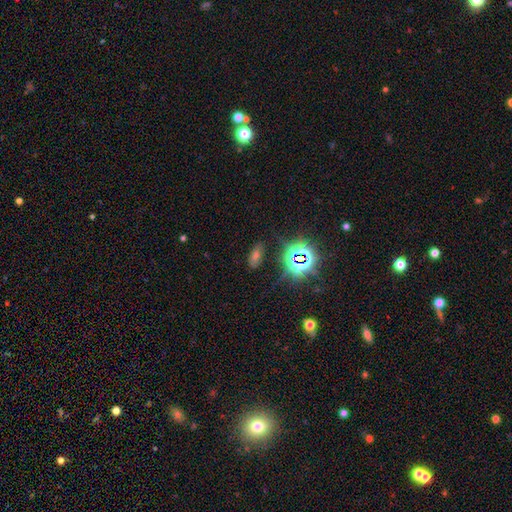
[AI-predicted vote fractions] smooth-or-featured: star or artifact: 51% | smooth: 33% | featured or disk: 16%